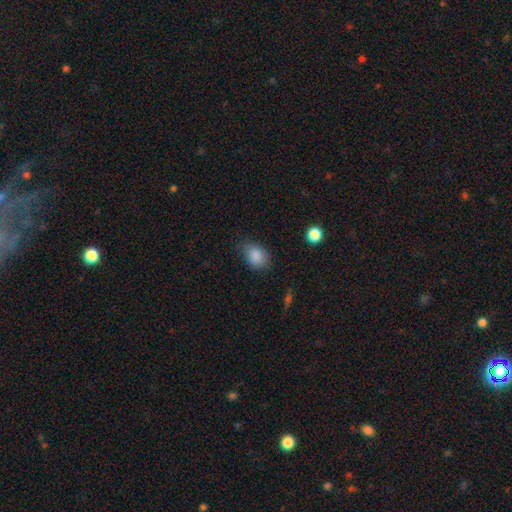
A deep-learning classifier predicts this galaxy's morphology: Overall: smooth (87%). How rounded: in between (71%). Merging: none (67%).